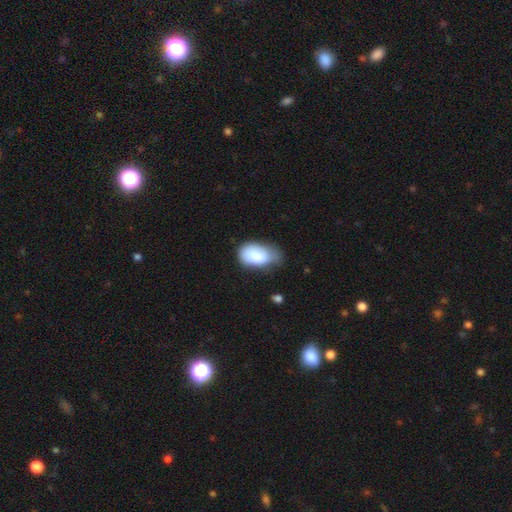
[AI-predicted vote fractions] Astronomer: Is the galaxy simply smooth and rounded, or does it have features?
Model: smooth — 82%.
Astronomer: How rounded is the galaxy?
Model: in between — 92%.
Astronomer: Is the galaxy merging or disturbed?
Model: minor disturbance — 45% (runner-up: none, 36%).